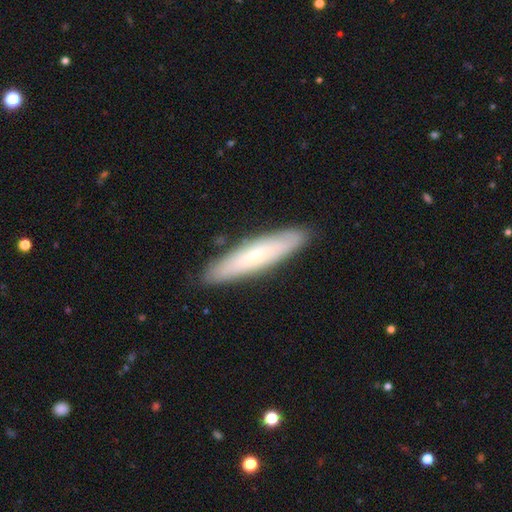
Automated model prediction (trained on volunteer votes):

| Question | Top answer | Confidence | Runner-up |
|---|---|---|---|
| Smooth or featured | smooth | 56% | featured or disk (38%) |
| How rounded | cigar-shaped | 83% | in between (15%) |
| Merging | none | 88% | minor disturbance (9%) |